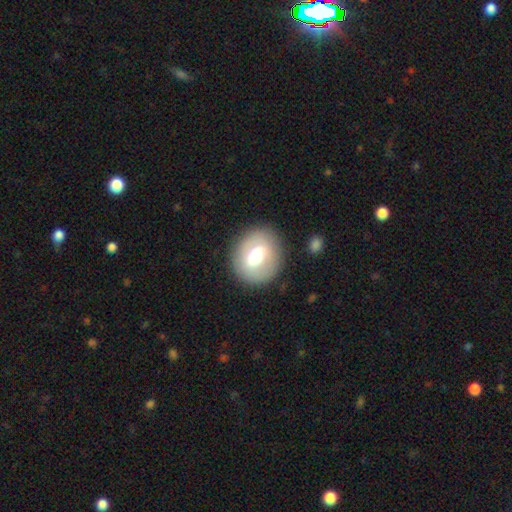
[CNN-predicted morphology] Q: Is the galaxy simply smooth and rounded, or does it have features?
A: smooth — 54%.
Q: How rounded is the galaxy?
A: round — 69%.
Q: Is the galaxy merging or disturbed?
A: none — 84%.